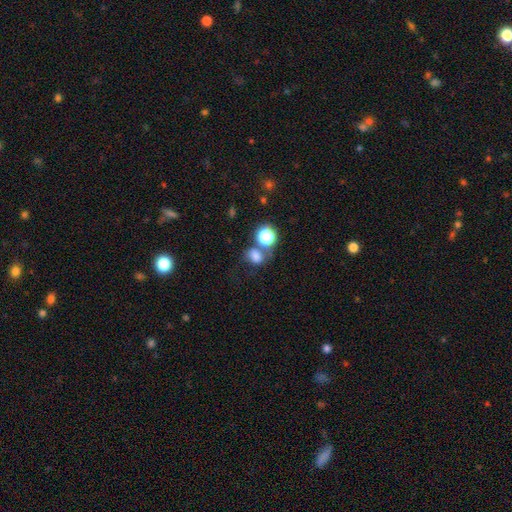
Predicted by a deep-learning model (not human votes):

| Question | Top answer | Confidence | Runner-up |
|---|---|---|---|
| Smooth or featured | smooth | 71% | star or artifact (19%) |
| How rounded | round | 51% | in between (48%) |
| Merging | none | 46% | merger (28%) |